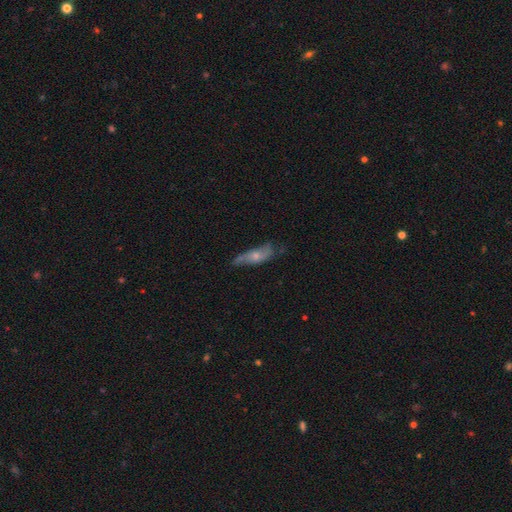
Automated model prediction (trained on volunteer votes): featured or disk 48%, smooth 45%, star or artifact 7%. Down the decision tree: merging — none (51%).